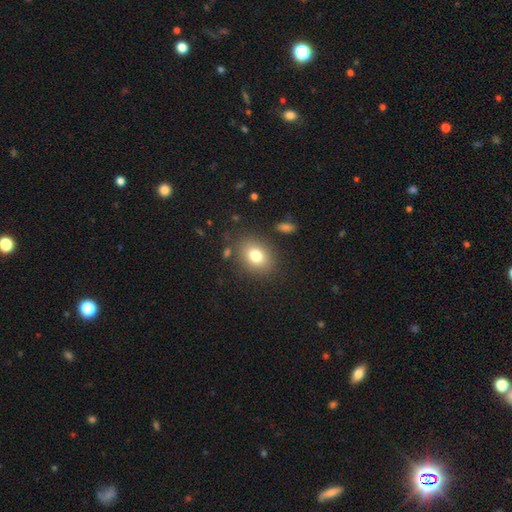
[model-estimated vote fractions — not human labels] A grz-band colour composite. It shows a smooth galaxy with no disk features (79%) that is in between round and cigar-shaped (61%). Merging: none (83%).